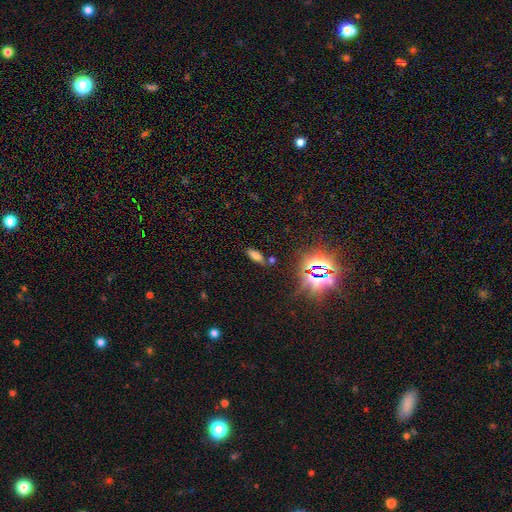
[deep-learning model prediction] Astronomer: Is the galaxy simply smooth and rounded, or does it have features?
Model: smooth — 65%.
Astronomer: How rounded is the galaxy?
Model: in between — 77%.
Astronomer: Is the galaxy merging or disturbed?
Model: none — 77%.